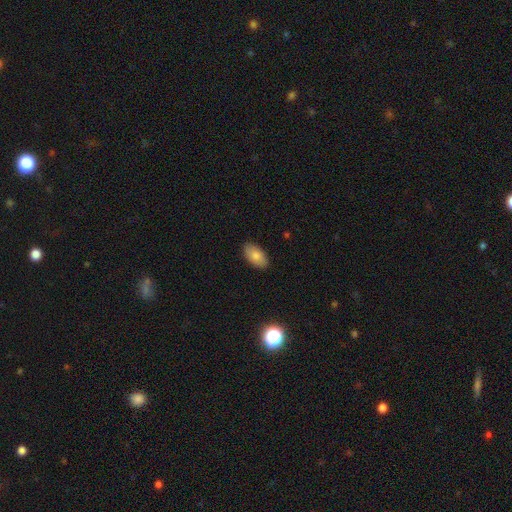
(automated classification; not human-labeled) Morphology: type=smooth (82%); roundness=in between (94%); merging=none (88%).